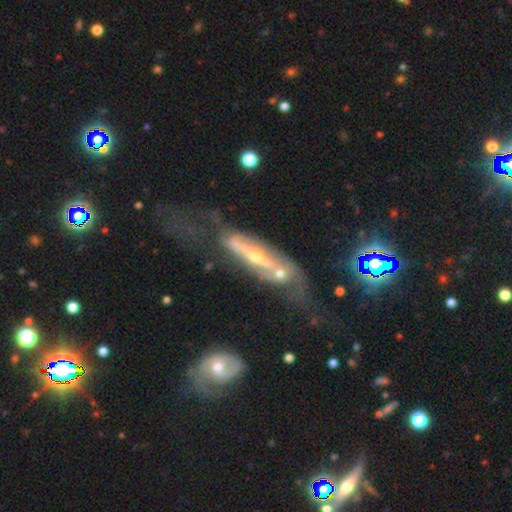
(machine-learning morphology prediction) Smooth or featured?
  - featured or disk: 80% *
  - smooth: 13%
  - star or artifact: 7%
Edge-on disk?
  - no: 64% *
  - yes: 36%
Bar?
  - strong: 45% *
  - no: 31%
  - weak: 24%
Spiral arms?
  - yes: 72% *
  - no: 28%
Bulge size?
  - moderate: 47% * (tied)
  - small: 47% * (tied)
  - large: 3%
  - none: 2%
  - dominant: 1%
Merging?
  - none: 32% *
  - major disturbance: 30%
  - minor disturbance: 19%
  - merger: 19%